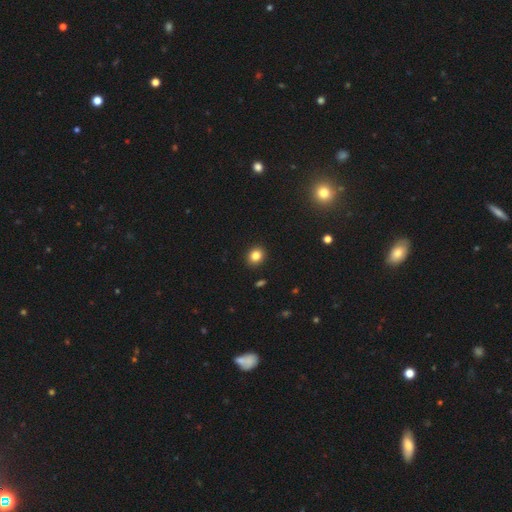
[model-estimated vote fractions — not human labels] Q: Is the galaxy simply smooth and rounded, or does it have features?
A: smooth — 84%.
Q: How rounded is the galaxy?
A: round — 72%.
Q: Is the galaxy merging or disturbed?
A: none — 91%.